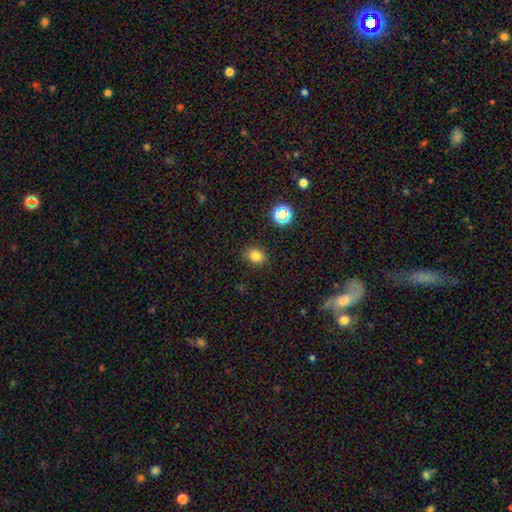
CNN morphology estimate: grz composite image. It shows a smooth galaxy with no disk features (79%) that is in between round and cigar-shaped (50%). Merging: none (86%).